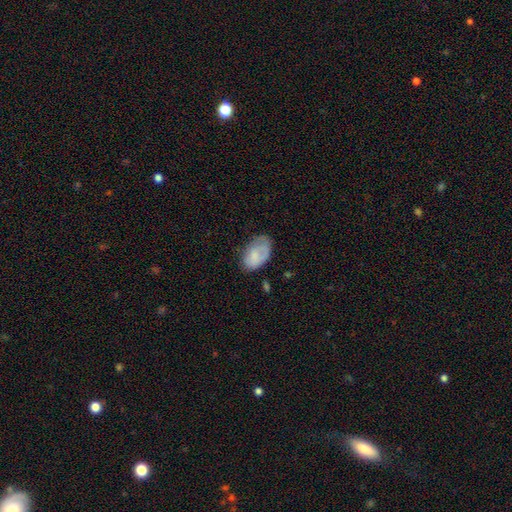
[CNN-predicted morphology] smooth-or-featured: smooth: 74% | featured or disk: 19% | star or artifact: 7%
  how-rounded: in between: 91% | round: 7% | cigar-shaped: 1%
  merging: none: 52% | minor disturbance: 32% | major disturbance: 13% | merger: 2%